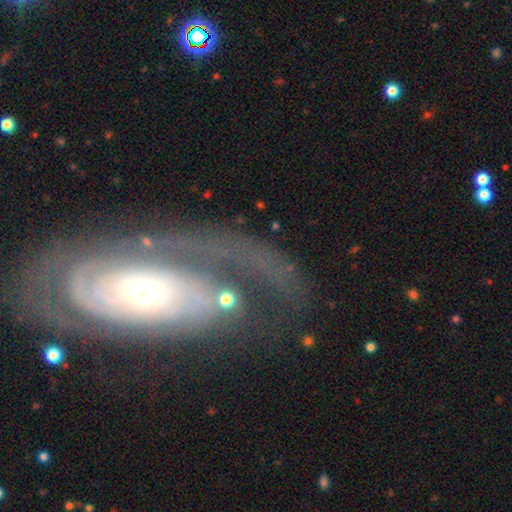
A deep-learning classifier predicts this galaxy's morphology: A featured or disk galaxy (84%) with no bar (75%), 2 (43%) tight (64%) spiral arms (92%) and a small central bulge (55%). Merging: none (61%).